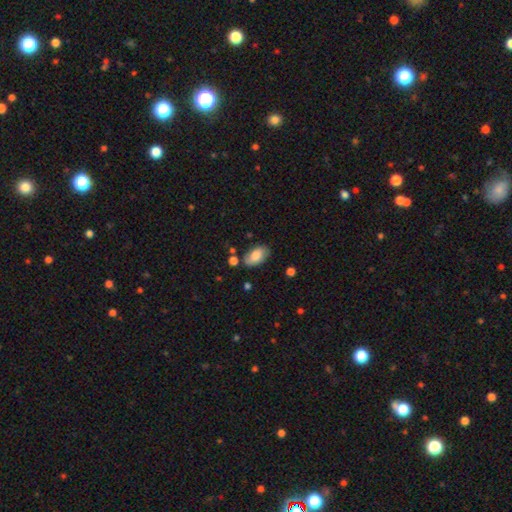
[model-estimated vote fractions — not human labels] smooth-or-featured: smooth: 78% | featured or disk: 15% | star or artifact: 7%
  how-rounded: in between: 94% | round: 4% | cigar-shaped: 2%
  merging: none: 74% | minor disturbance: 17% | merger: 5% | major disturbance: 4%